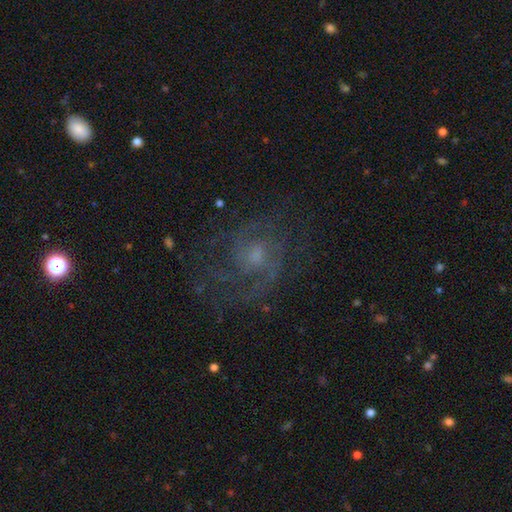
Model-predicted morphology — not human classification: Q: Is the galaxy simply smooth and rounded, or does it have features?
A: featured or disk — 78%.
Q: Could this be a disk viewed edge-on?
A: no — 97%.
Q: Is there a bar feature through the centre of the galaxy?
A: no — 59%.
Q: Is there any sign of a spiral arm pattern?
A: yes — 90%.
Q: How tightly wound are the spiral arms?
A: medium — 50%.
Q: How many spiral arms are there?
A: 2 — 43%.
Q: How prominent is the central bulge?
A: small — 43%.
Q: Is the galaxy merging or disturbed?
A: none — 63%.